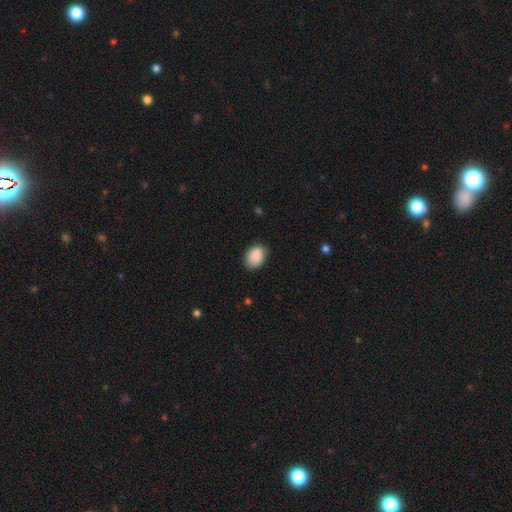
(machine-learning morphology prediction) This appears to be a smooth galaxy with no disk features (89%) that is in between round and cigar-shaped (74%). Merging: none (79%).